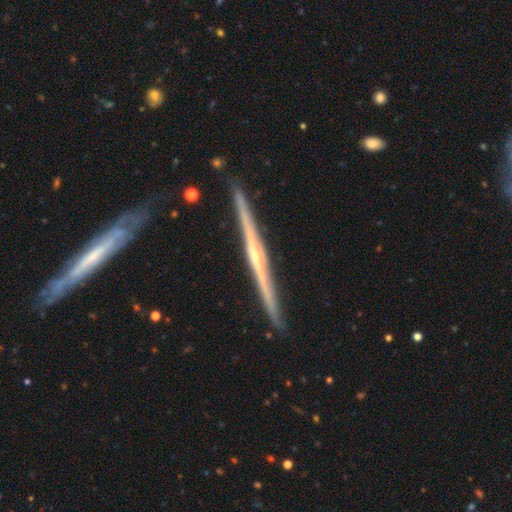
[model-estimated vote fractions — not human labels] Smooth or featured? featured or disk (85%)
Edge-on disk? yes (98%)
Edge-on bulge? rounded (63%)
Merging? none (89%)